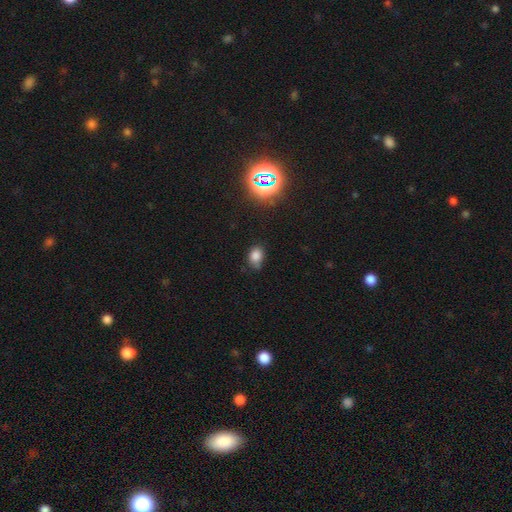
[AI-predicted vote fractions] smooth-or-featured: smooth: 77% | star or artifact: 16% | featured or disk: 6%
  how-rounded: in between: 67% | round: 31% | cigar-shaped: 1%
  merging: none: 57% | minor disturbance: 32% | major disturbance: 7% | merger: 3%